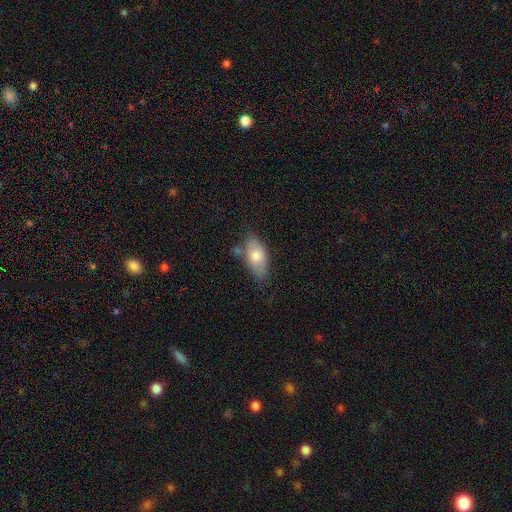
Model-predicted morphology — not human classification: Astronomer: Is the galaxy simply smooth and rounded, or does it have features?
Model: smooth — 73%.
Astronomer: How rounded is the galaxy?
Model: in between — 88%.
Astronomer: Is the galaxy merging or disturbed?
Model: none — 64%.